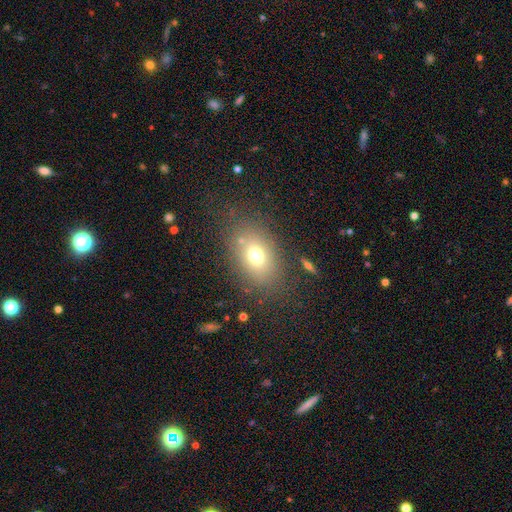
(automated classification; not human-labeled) A smooth galaxy with no disk features (70%) that is in between round and cigar-shaped (74%). Merging: none (77%).